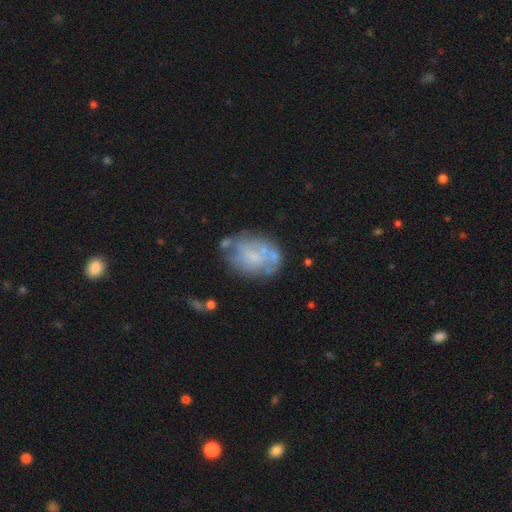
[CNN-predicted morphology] This appears to be a featured or disk galaxy (56%) with no bar (78%), no spiral arms (69%) and no central bulge (46%). Merging: none (51%).